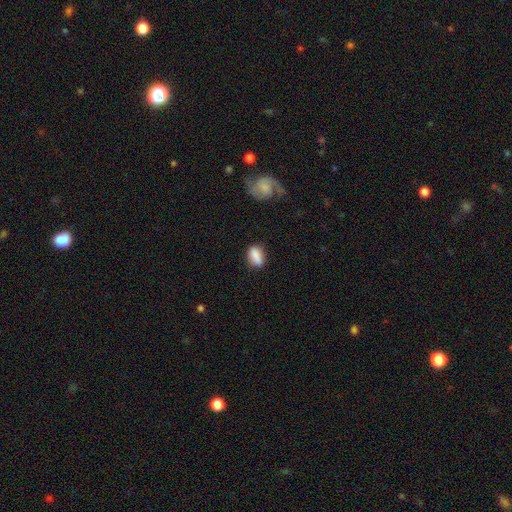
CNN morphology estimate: smooth 82%, featured or disk 10%, star or artifact 7%. Down the decision tree: how rounded — in between (79%); merging — none (73%).